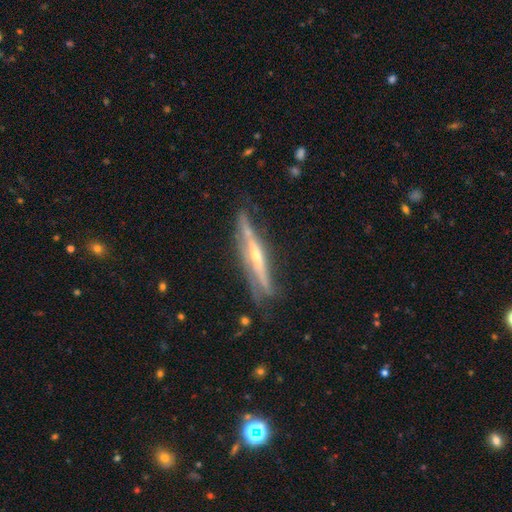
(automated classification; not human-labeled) A featured or disk galaxy (79%) viewed edge-on (92%) with a rounded central bulge (73%). Merging: none (72%).